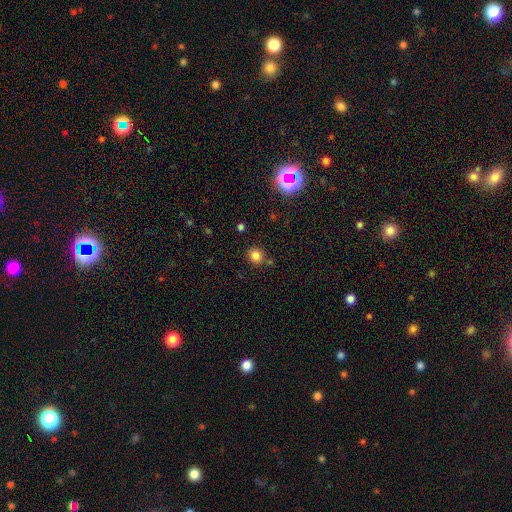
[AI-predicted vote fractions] The model was most divided on "smooth or featured": smooth: 80%, star or artifact: 15%, featured or disk: 5%. More confident: how rounded — round (88%); merging — none (81%).